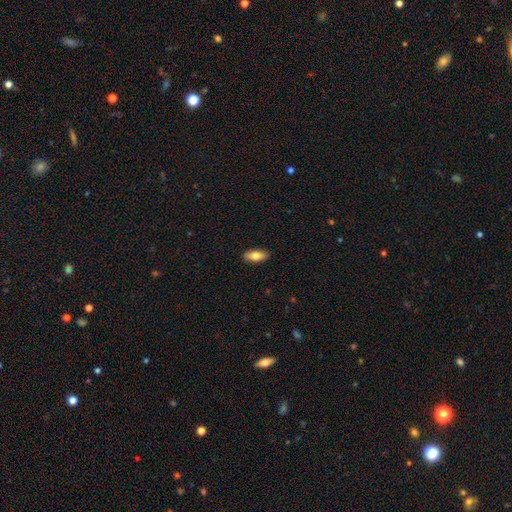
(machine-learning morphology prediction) Smooth or featured: smooth — 78% (featured or disk — 16%)
How rounded: in between — 82% (cigar-shaped — 16%)
Merging: none — 89% (minor disturbance — 9%)